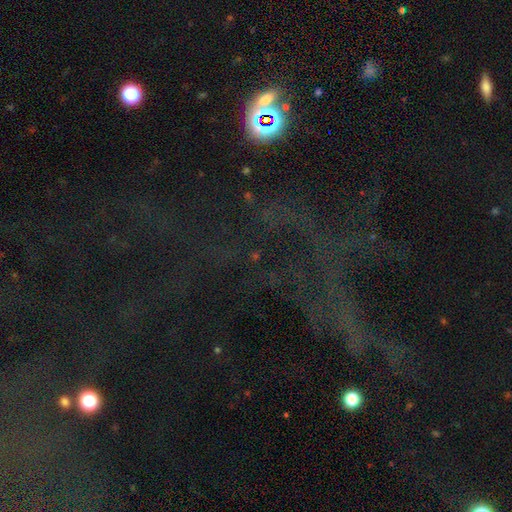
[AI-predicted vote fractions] smooth-or-featured: star or artifact: 75% | featured or disk: 13% | smooth: 12%